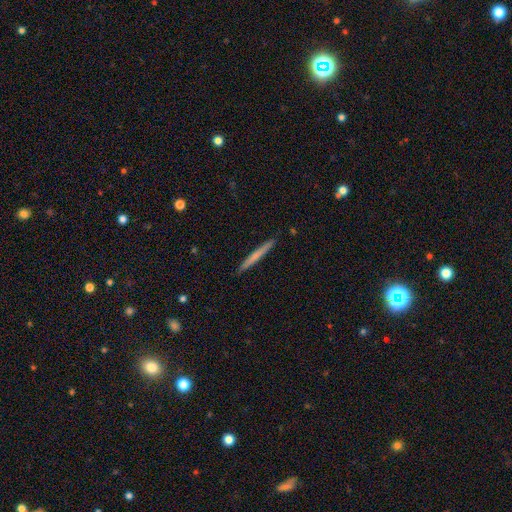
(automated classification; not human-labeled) Overall: smooth (56%; featured or disk 38%). How rounded: cigar-shaped (97%). Merging: none (92%).